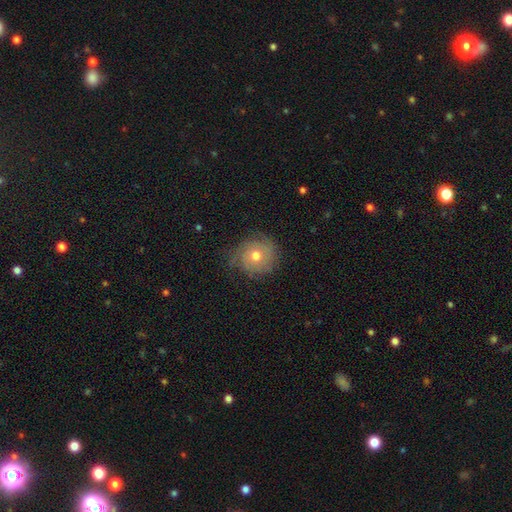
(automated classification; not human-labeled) Smooth or featured? Predicted: featured or disk (p=0.46). Merging? Predicted: none (p=0.69).